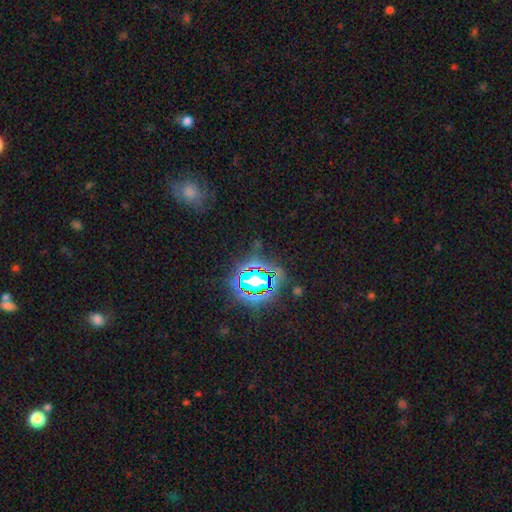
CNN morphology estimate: star or artifact 72%, smooth 18%, featured or disk 10%.